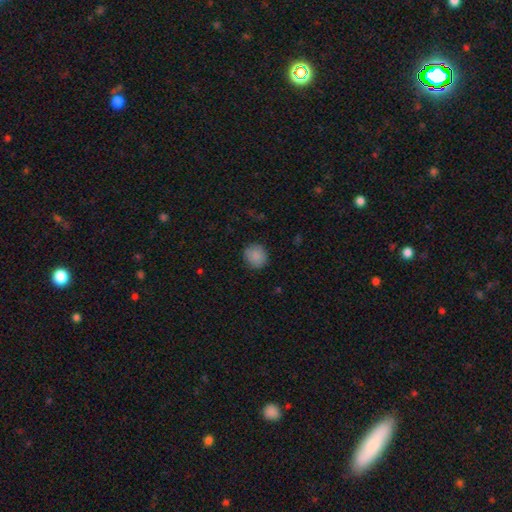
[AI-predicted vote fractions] Smooth or featured: smooth — 88% (star or artifact — 8%)
How rounded: round — 87% (in between — 12%)
Merging: none — 87% (minor disturbance — 9%)